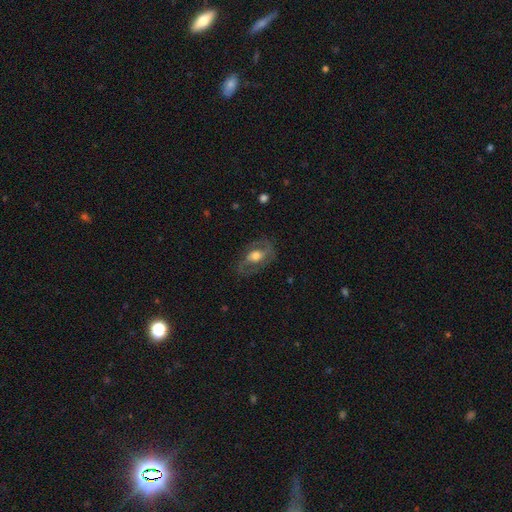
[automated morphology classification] Smooth or featured? featured or disk (63%)
Edge-on disk? no (92%)
Bar? no (51%)
Spiral arms? yes (65%)
Bulge size? moderate (56%)
Merging? none (67%)